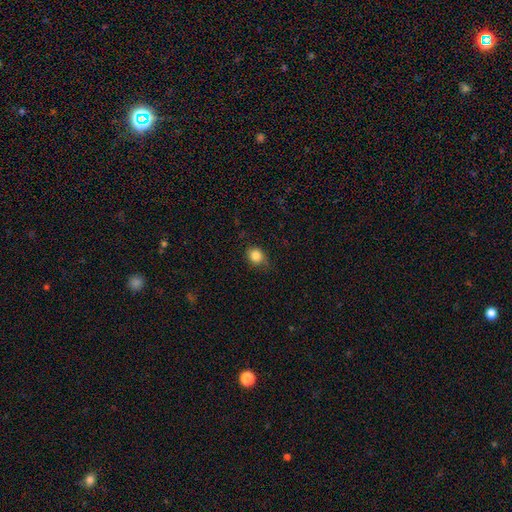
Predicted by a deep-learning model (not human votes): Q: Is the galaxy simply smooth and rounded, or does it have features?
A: smooth — 84%.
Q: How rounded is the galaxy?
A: round — 65%.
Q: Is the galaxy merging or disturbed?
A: none — 72%.